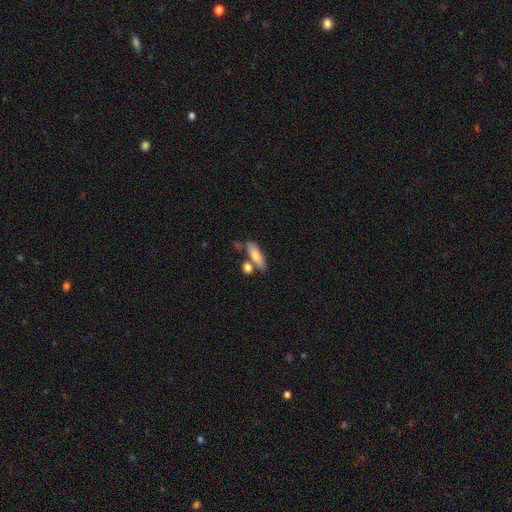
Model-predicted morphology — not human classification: type=smooth (76%); roundness=in between (56%); merging=none (55%).